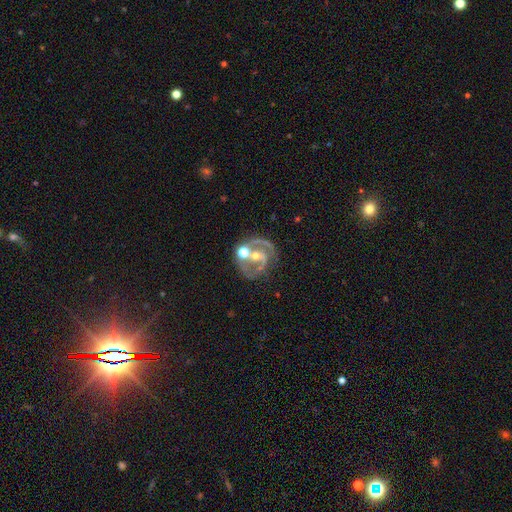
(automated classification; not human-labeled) A featured or disk galaxy (80%) with no bar (43%), 2 (73%) medium (50%) spiral arms (87%) and a moderate central bulge (53%).

Vote fractions:
- Smooth or featured? featured or disk: 80% / smooth: 11% / star or artifact: 8%
- Edge-on disk? no: 97% / yes: 3%
- Bar? no: 43% / weak: 36% / strong: 21%
- Spiral arms? yes: 87% / no: 13%
- Spiral winding? medium: 50% / tight: 34% / loose: 16%
- Spiral arm count? 2: 73% / 1: 12% / can't tell: 8% / 3: 4% / 4: 1% / more than 4: 1%
- Bulge size? moderate: 53% / small: 39% / large: 4% / none: 3% / dominant: 1%
- Merging? none: 51% / merger: 21% / minor disturbance: 15% / major disturbance: 12%